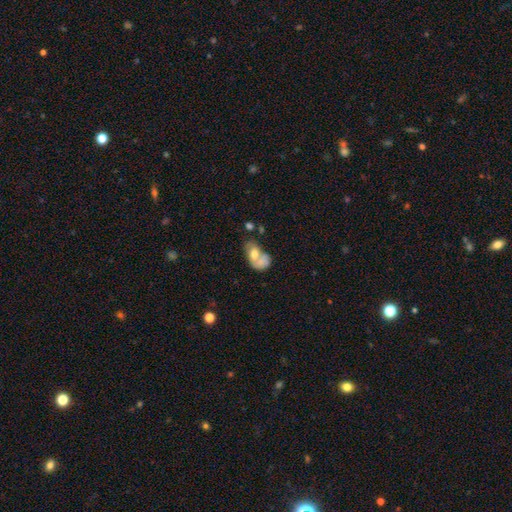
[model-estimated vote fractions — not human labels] smooth_or_featured: smooth (p=0.61) [alt: featured or disk p=0.31]
how_rounded: in between (p=0.80) [alt: round p=0.18]
merging: merger (p=0.56) [alt: none p=0.17]